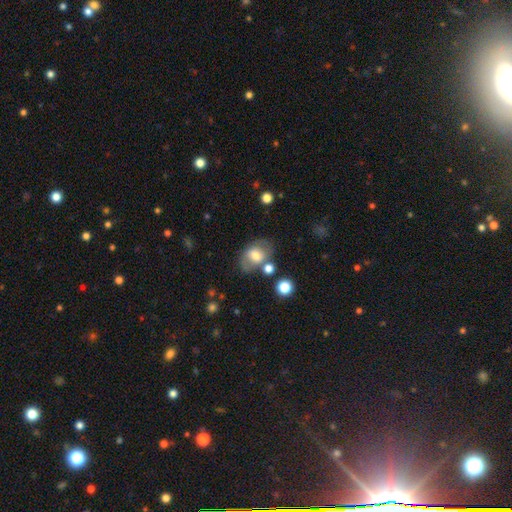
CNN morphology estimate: Smooth or featured? Predicted: smooth (p=0.61). How rounded? Predicted: in between (p=0.68). Merging? Predicted: none (p=0.56).